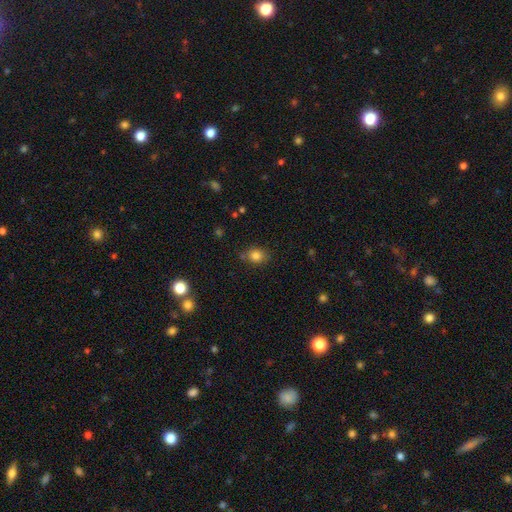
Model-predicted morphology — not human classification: A smooth galaxy with no disk features (82%) that is round (54%).

Vote fractions:
- Smooth or featured? smooth: 82% / star or artifact: 12% / featured or disk: 6%
- How rounded? round: 54% / in between: 45% / cigar-shaped: 1%
- Merging? none: 78% / minor disturbance: 14% / merger: 5% / major disturbance: 3%